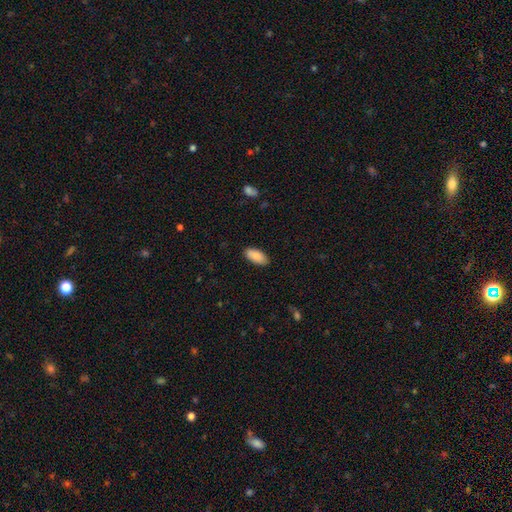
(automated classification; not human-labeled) This appears to be a smooth galaxy with no disk features (88%) that is in between round and cigar-shaped (90%). Merging: none (87%).